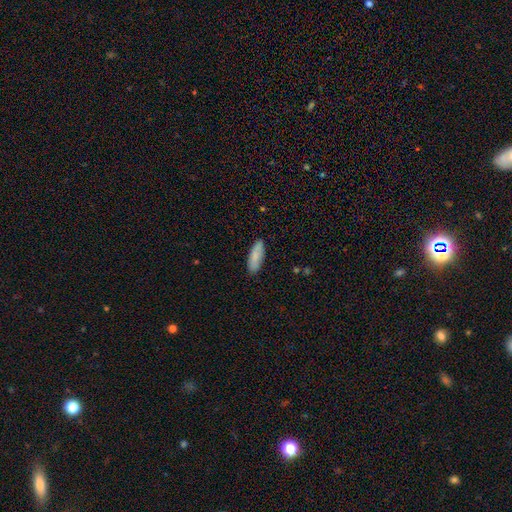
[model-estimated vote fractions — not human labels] smooth 84%, featured or disk 10%, star or artifact 6%. Down the decision tree: how rounded — in between (61%); merging — none (87%).